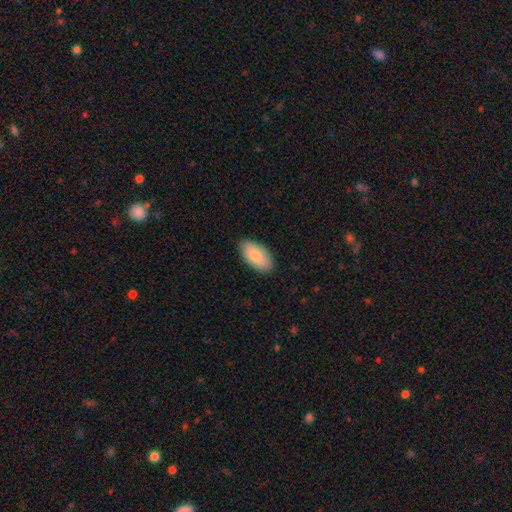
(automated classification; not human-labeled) A smooth galaxy with no disk features (84%) that is in between round and cigar-shaped (95%). Merging: none (87%).